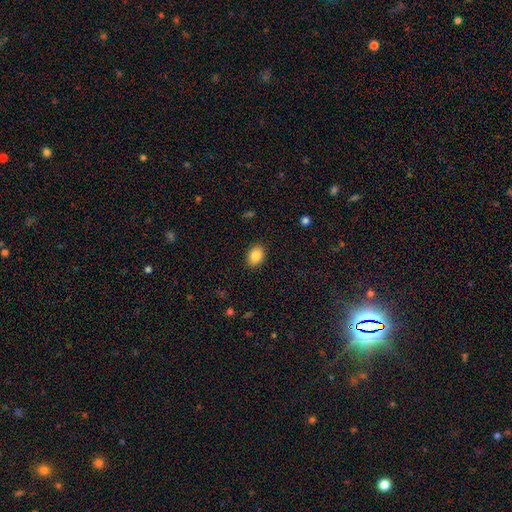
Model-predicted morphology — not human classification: Overall: smooth (86%). How rounded: in between (74%). Merging: none (89%).